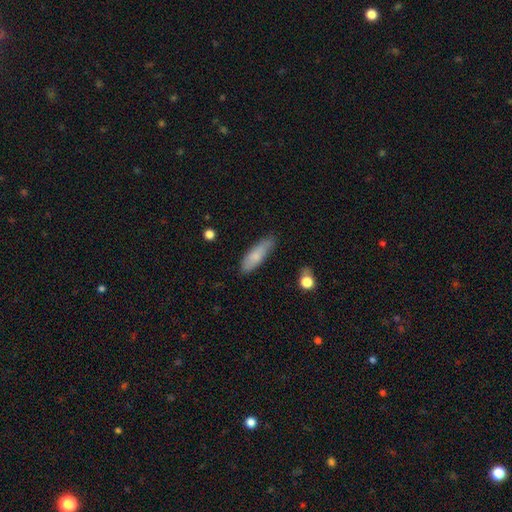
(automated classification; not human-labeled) smooth_or_featured: smooth (p=0.78) [alt: featured or disk p=0.16]
how_rounded: cigar-shaped (p=0.50) [alt: in between p=0.48]
merging: none (p=0.73) [alt: minor disturbance p=0.22]